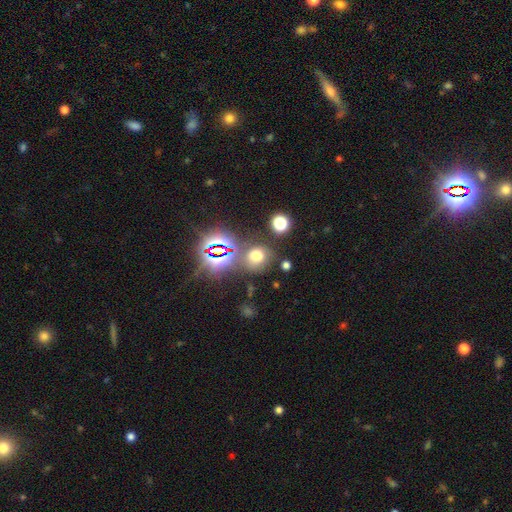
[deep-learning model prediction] smooth-or-featured: smooth: 55% | star or artifact: 35% | featured or disk: 10%
  how-rounded: round: 73% | in between: 26% | cigar-shaped: 1%
  merging: none: 67% | minor disturbance: 13% | merger: 13% | major disturbance: 7%